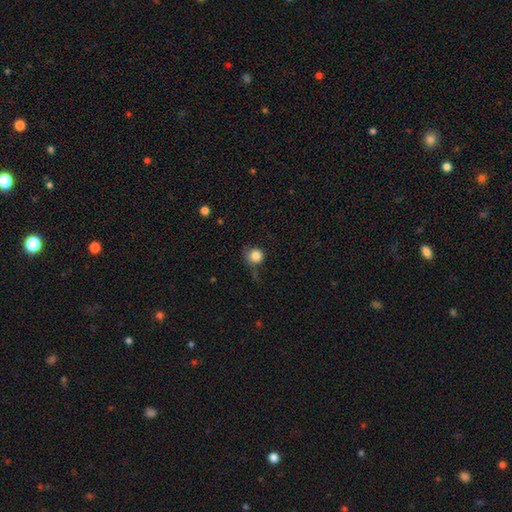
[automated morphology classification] A smooth galaxy with no disk features (83%) that is round (90%).

Vote fractions:
- Smooth or featured? smooth: 83% / star or artifact: 10% / featured or disk: 6%
- How rounded? round: 90% / in between: 9% / cigar-shaped: 1%
- Merging? none: 59% / minor disturbance: 27% / major disturbance: 10% / merger: 4%